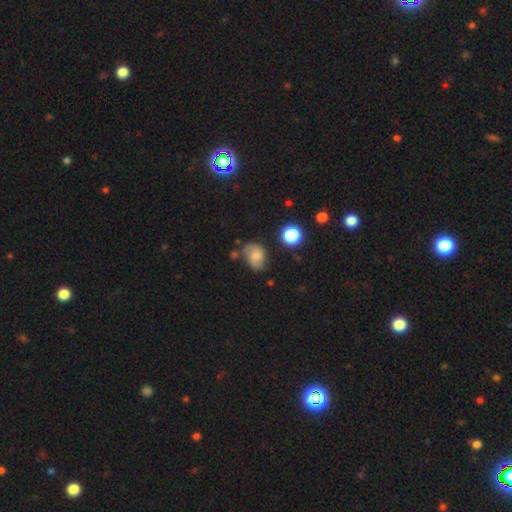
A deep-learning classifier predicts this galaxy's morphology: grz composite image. It shows a smooth galaxy with no disk features (58%) that is in between round and cigar-shaped (66%). Merging: none (56%).